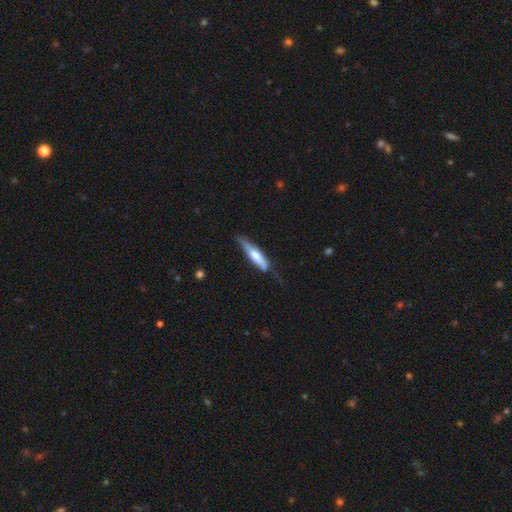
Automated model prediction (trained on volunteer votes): Smooth or featured?
  - smooth: 57% *
  - featured or disk: 38%
  - star or artifact: 5%
How rounded?
  - cigar-shaped: 73% *
  - in between: 25%
  - round: 2%
Merging?
  - none: 49% *
  - minor disturbance: 35%
  - major disturbance: 13%
  - merger: 3%